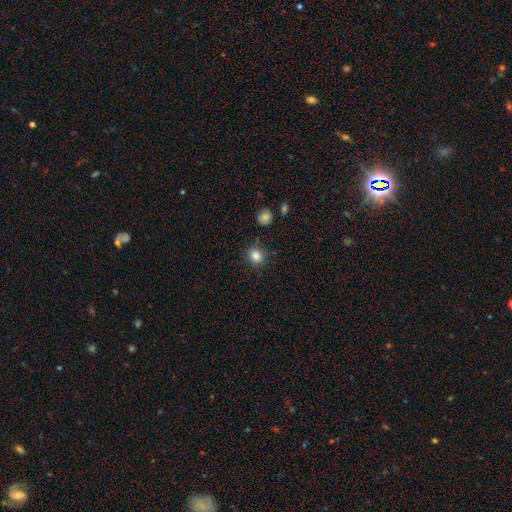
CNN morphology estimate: Overall: smooth (84%). How rounded: round (78%). Merging: none (84%).